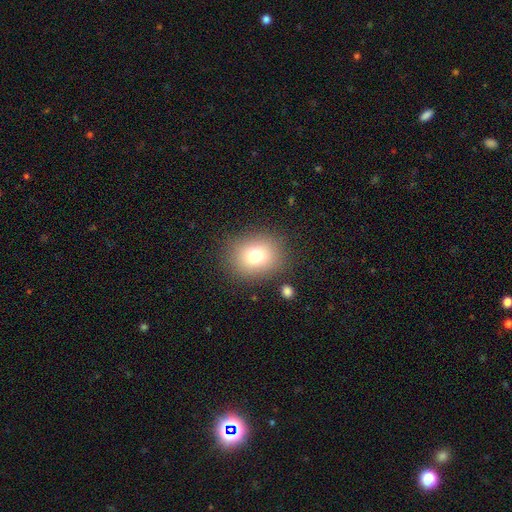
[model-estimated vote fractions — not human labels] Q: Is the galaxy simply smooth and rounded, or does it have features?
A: smooth — 76%.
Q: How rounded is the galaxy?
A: round — 68%.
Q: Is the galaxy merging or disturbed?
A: none — 84%.